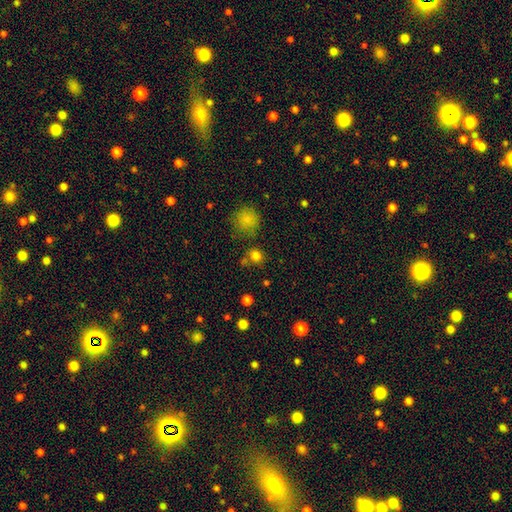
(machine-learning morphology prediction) Overall: smooth (79%). How rounded: round (86%). Merging: none (71%).